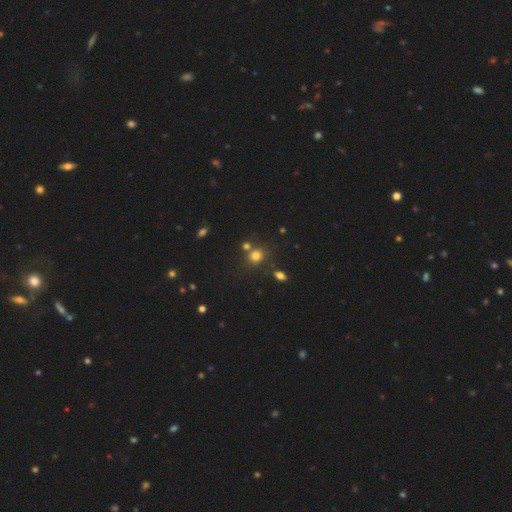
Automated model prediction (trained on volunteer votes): Smooth or featured? smooth (76%)
How rounded? round (74%)
Merging? none (67%)